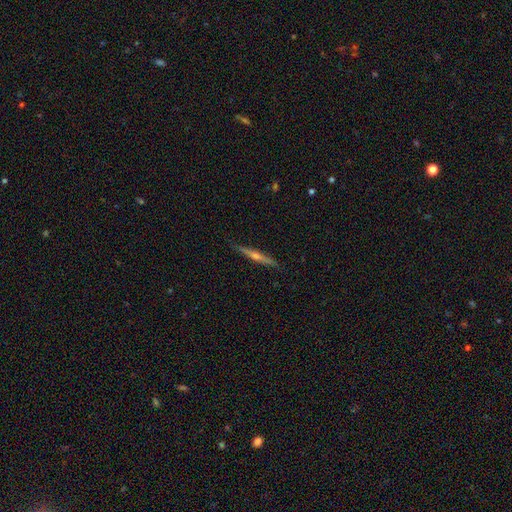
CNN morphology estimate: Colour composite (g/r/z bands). It shows a featured or disk galaxy (74%) viewed edge-on (98%) with a rounded central bulge (82%). Merging: none (90%).